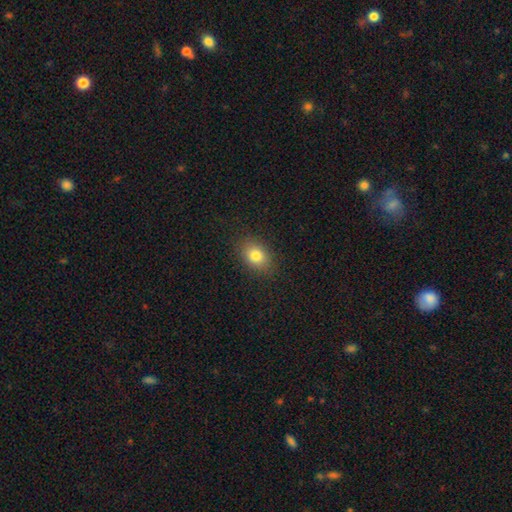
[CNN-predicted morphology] Overall: smooth (82%). How rounded: in between (69%; round 30%). Merging: none (86%).